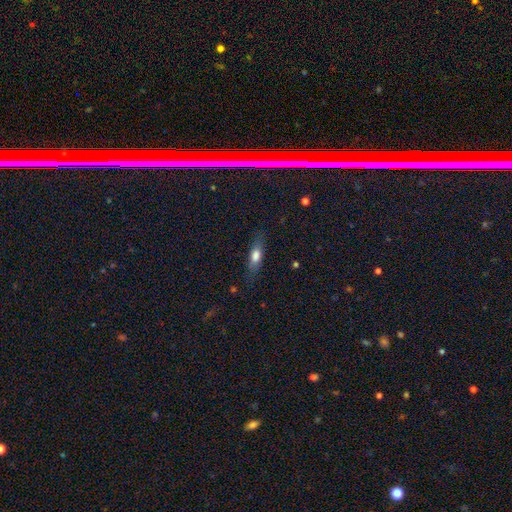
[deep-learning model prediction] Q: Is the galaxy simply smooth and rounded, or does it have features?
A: smooth — 67%.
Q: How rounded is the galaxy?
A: in between — 50%.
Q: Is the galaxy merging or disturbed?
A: none — 79%.